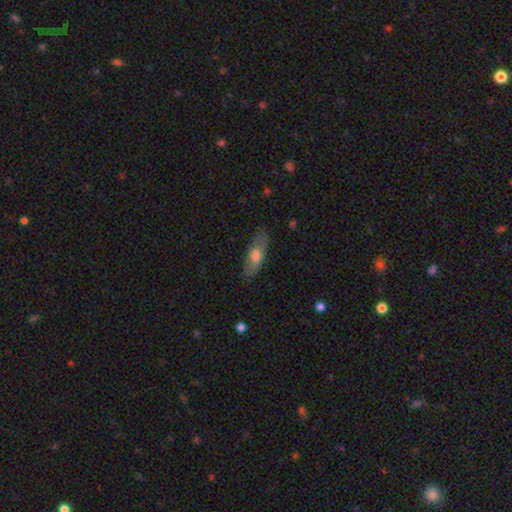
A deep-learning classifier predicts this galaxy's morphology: Q: Smooth or featured?
A: smooth (63%); runner-up: featured or disk (31%)
Q: How rounded?
A: in between (71%); runner-up: cigar-shaped (26%)
Q: Merging?
A: none (79%); runner-up: minor disturbance (15%)